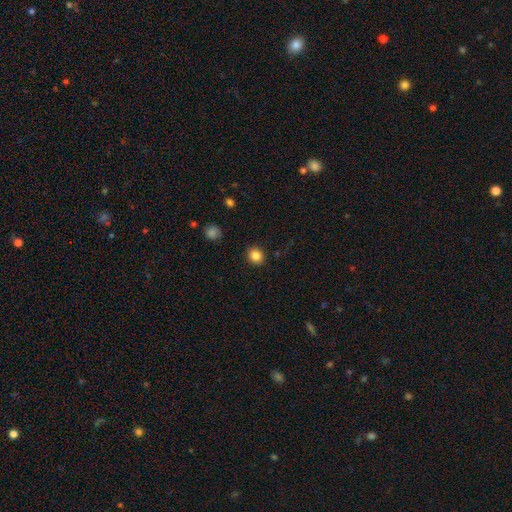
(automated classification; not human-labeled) A smooth galaxy with no disk features (85%) that is round (81%).

Vote fractions:
- Smooth or featured? smooth: 85% / star or artifact: 11% / featured or disk: 4%
- How rounded? round: 81% / in between: 18% / cigar-shaped: 1%
- Merging? none: 90% / minor disturbance: 7% / major disturbance: 2% / merger: 1%